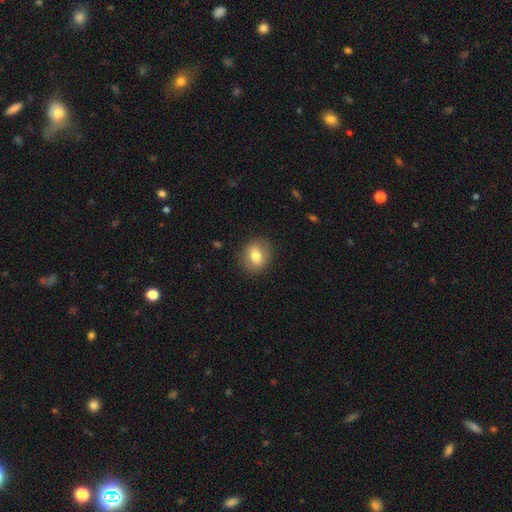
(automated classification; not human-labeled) Overall: smooth (74%). How rounded: round (62%; in between 37%). Merging: none (86%).